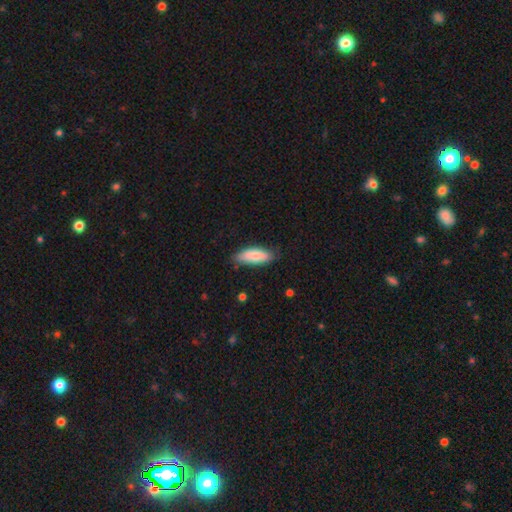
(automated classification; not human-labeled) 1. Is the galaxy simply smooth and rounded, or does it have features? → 81% smooth, 13% featured or disk, 6% star or artifact.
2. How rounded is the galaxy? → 72% in between, 26% cigar-shaped, 2% round.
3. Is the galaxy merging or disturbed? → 75% none, 20% minor disturbance, 3% major disturbance, 1% merger.